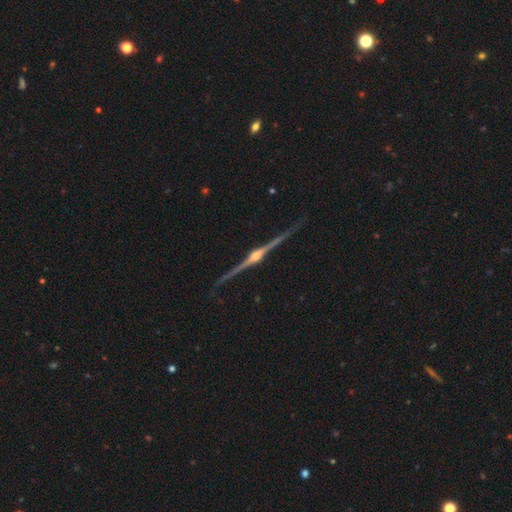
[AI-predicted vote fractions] This is clearly a featured or disk galaxy (92%). It is clearly viewed edge-on (99%). Edge-on bulge: clearly rounded (95%). Merging: clearly none (88%).